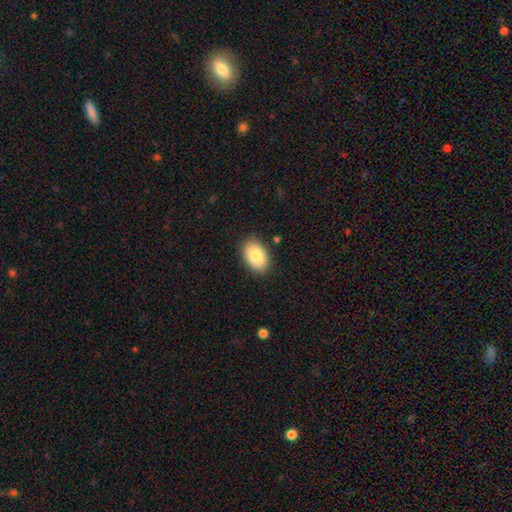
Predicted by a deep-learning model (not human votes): A smooth galaxy with no disk features (85%) that is in between round and cigar-shaped (92%).

Vote fractions:
- Smooth or featured? smooth: 85% / featured or disk: 9% / star or artifact: 7%
- How rounded? in between: 92% / round: 7% / cigar-shaped: 1%
- Merging? none: 85% / minor disturbance: 11% / major disturbance: 2% / merger: 1%